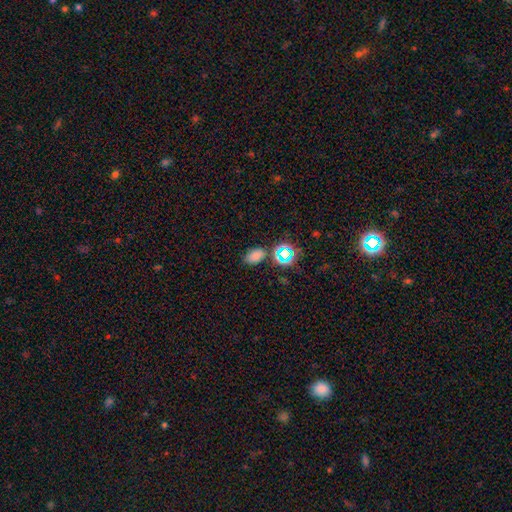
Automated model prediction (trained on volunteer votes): Smooth or featured? Predicted: smooth (p=0.71). How rounded? Predicted: in between (p=0.86). Merging? Predicted: none (p=0.75).